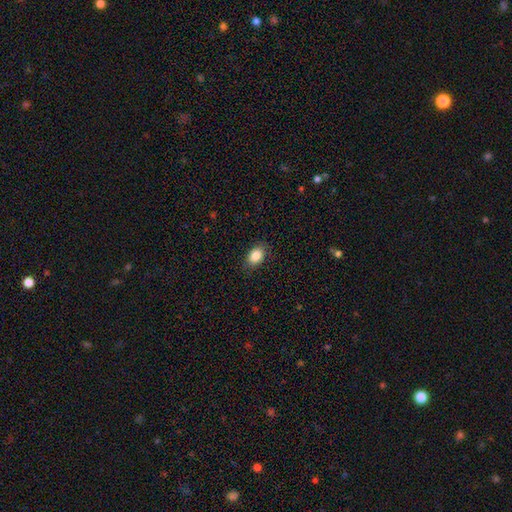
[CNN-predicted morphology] smooth_or_featured: smooth (p=0.86) [alt: star or artifact p=0.08]
how_rounded: in between (p=0.83) [alt: round p=0.15]
merging: none (p=0.86) [alt: minor disturbance p=0.10]